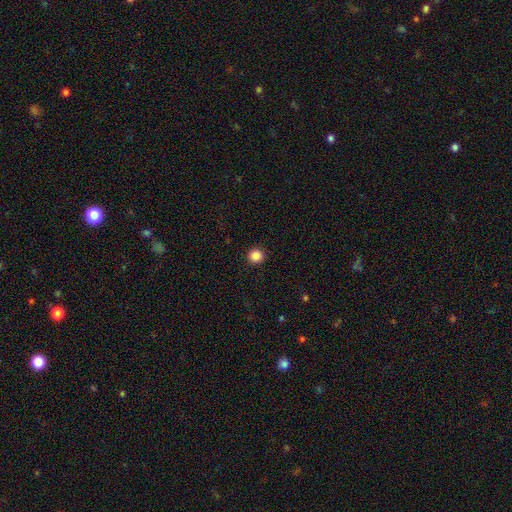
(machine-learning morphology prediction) Smooth or featured? Predicted: smooth (p=0.87). How rounded? Predicted: round (p=0.95). Merging? Predicted: none (p=0.93).